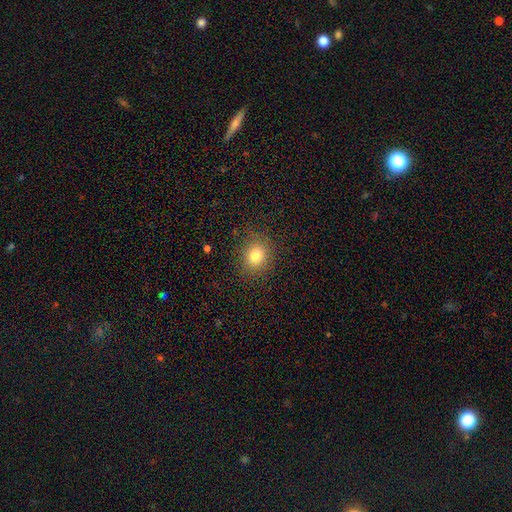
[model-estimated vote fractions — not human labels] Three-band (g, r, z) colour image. It shows a smooth galaxy with no disk features (80%) that is round (72%). Merging: none (85%).